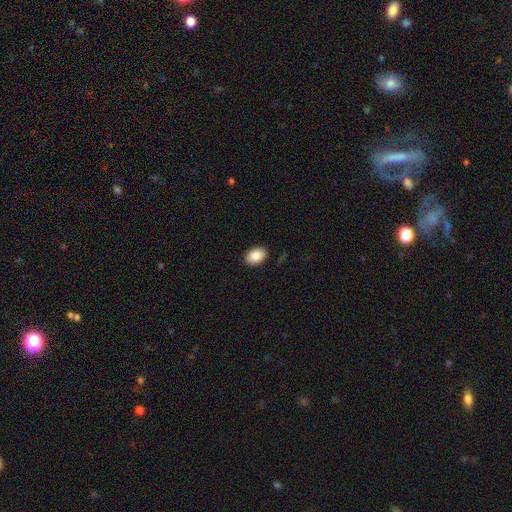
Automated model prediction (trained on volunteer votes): smooth 88%, star or artifact 7%, featured or disk 5%. Down the decision tree: how rounded — in between (83%); merging — none (88%).